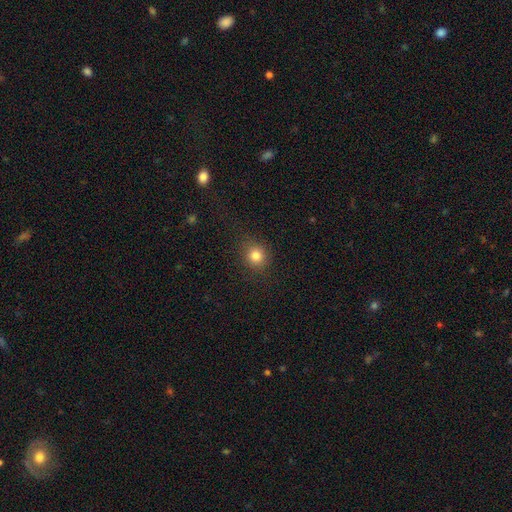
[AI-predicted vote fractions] Overall: smooth (82%). How rounded: round (84%). Merging: none (86%).